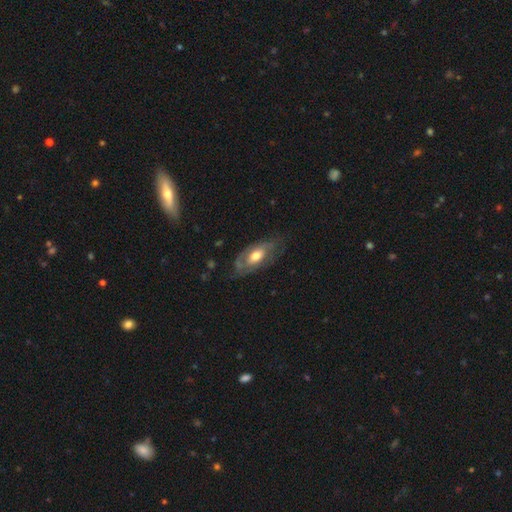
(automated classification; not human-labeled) smooth_or_featured: featured or disk (p=0.68) [alt: smooth p=0.27]
disk_edge_on: no (p=0.88) [alt: yes p=0.12]
bar: no (p=0.67) [alt: weak p=0.25]
has_spiral_arms: yes (p=0.74) [alt: no p=0.26]
bulge_size: moderate (p=0.67) [alt: large p=0.21]
merging: none (p=0.65) [alt: minor disturbance p=0.23]